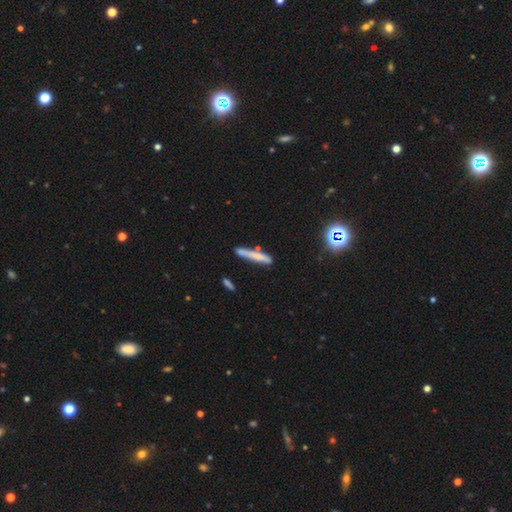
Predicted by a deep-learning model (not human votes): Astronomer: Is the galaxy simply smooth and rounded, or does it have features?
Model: smooth — 66%.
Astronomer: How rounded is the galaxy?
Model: cigar-shaped — 94%.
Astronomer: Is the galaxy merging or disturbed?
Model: none — 71%.